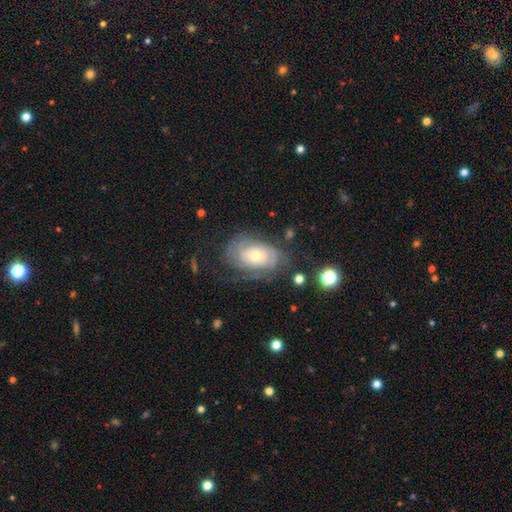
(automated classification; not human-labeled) Smooth or featured? Predicted: featured or disk (p=0.82). Edge-on disk? Predicted: no (p=0.96). Bar? Predicted: no (p=0.74). Spiral arms? Predicted: yes (p=0.92). Spiral winding? Predicted: tight (p=0.70). Spiral arm count? Predicted: can't tell (p=0.38). Bulge size? Predicted: moderate (p=0.55). Merging? Predicted: none (p=0.66).